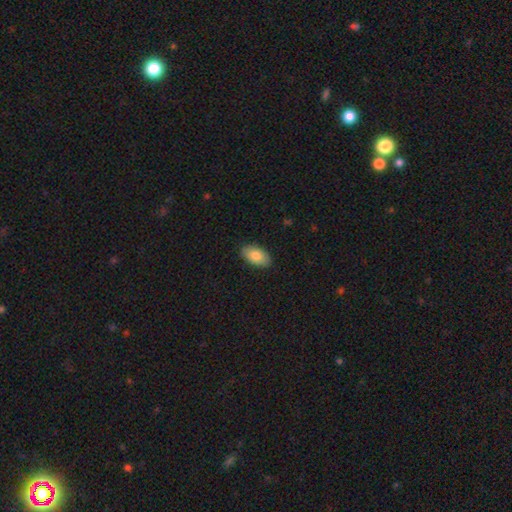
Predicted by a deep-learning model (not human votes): Smooth or featured: smooth — 82% (featured or disk — 11%)
How rounded: in between — 94% (round — 4%)
Merging: none — 88% (minor disturbance — 9%)